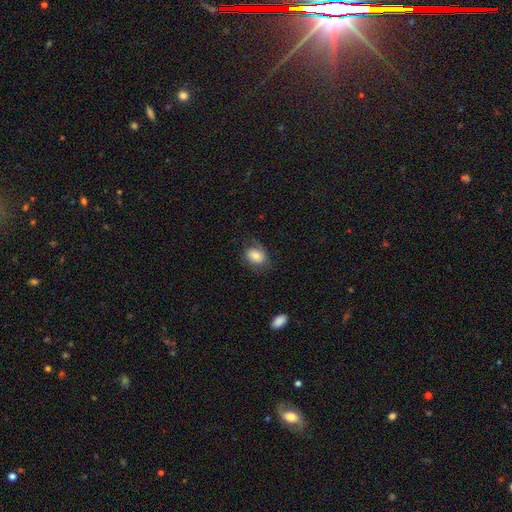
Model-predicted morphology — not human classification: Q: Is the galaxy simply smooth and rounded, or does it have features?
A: smooth — 76%.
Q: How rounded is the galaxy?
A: in between — 61%.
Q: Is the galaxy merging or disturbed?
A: none — 65%.